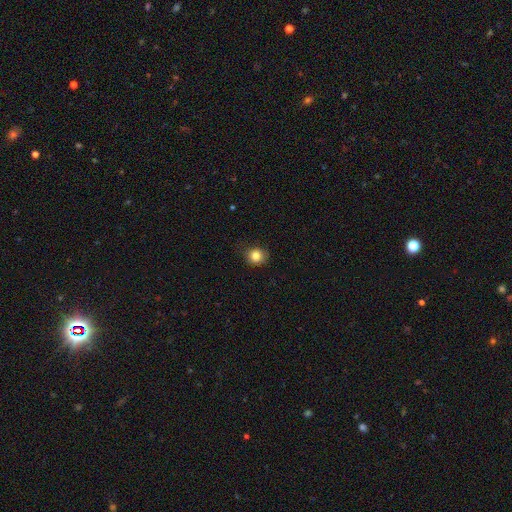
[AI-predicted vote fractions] Smooth or featured? Predicted: smooth (p=0.84). How rounded? Predicted: round (p=0.82). Merging? Predicted: none (p=0.80).